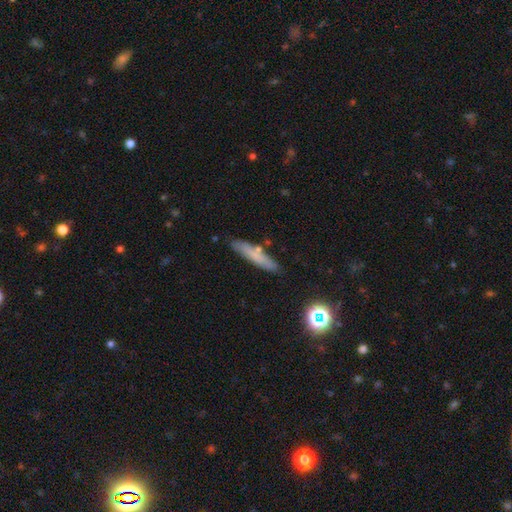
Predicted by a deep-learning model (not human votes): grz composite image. It shows a smooth galaxy with no disk features (66%) that is cigar-shaped (89%). Merging: none (81%).